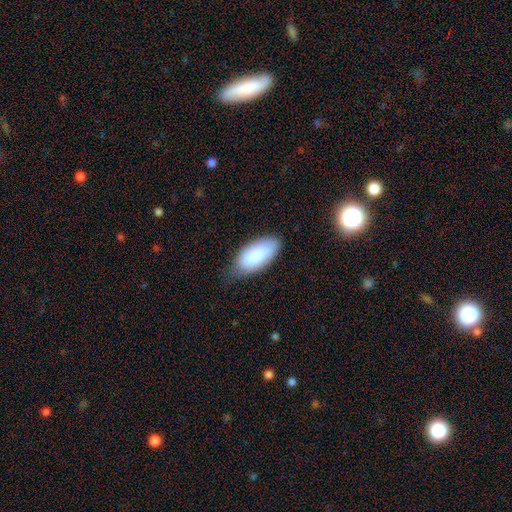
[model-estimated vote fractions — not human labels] smooth 85%, featured or disk 9%, star or artifact 6%. Down the decision tree: how rounded — in between (93%); merging — none (65%).